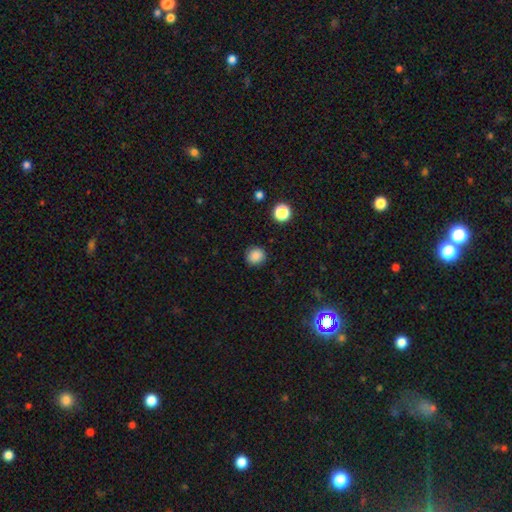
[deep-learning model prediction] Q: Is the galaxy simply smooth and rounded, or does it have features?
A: smooth — 86%.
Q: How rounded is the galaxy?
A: round — 84%.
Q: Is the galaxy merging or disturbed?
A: none — 88%.